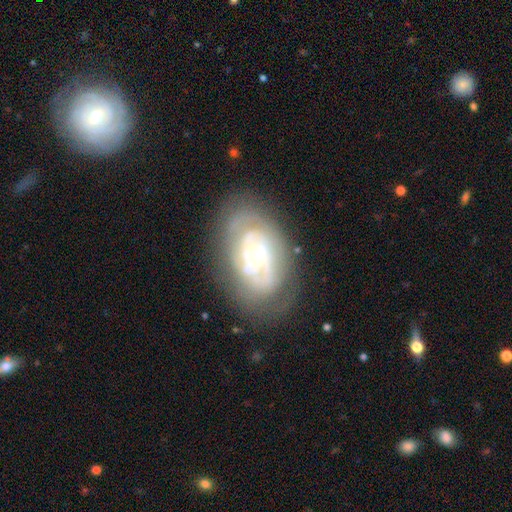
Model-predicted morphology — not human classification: This appears to be a featured or disk galaxy (80%) with no bar (77%), tight (70%) spiral arms (83%) and a small central bulge (57%). Merging: none (73%).